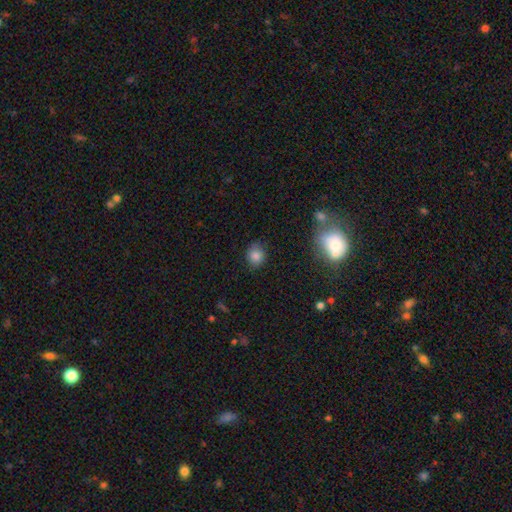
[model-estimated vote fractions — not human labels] Smooth or featured: smooth — 82% (star or artifact — 12%)
How rounded: round — 71% (in between — 28%)
Merging: none — 81% (minor disturbance — 14%)